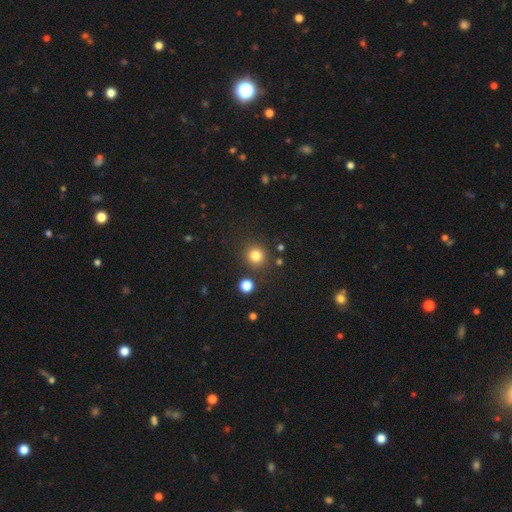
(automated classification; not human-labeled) Smooth or featured? Predicted: smooth (p=0.81). How rounded? Predicted: round (p=0.91). Merging? Predicted: none (p=0.86).